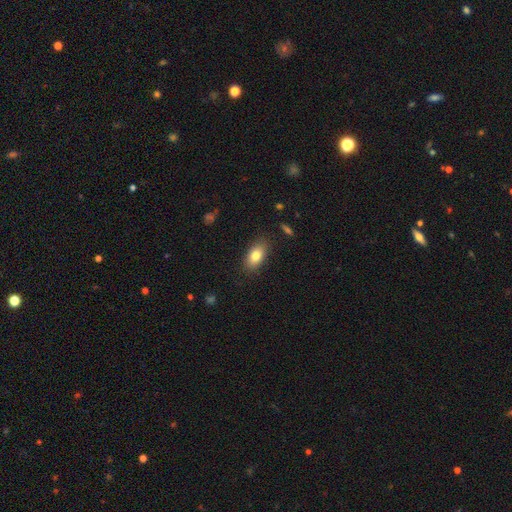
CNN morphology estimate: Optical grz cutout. It shows a smooth galaxy with no disk features (80%) that is in between round and cigar-shaped (89%). Merging: none (85%).